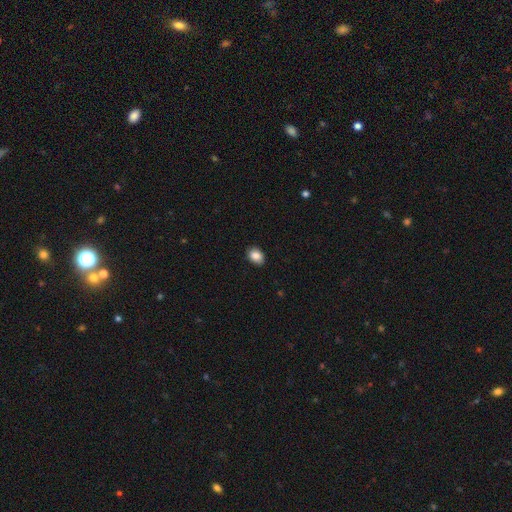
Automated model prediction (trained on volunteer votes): smooth 87%, star or artifact 8%, featured or disk 5%. Down the decision tree: how rounded — in between (75%); merging — none (88%).